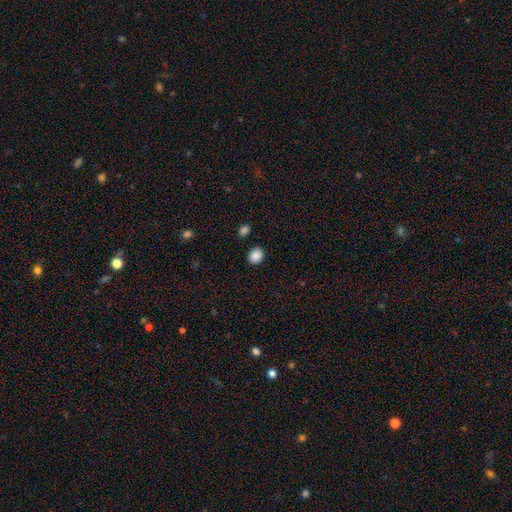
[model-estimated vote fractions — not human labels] Morphology: type=smooth (88%); roundness=round (63%); merging=none (88%).